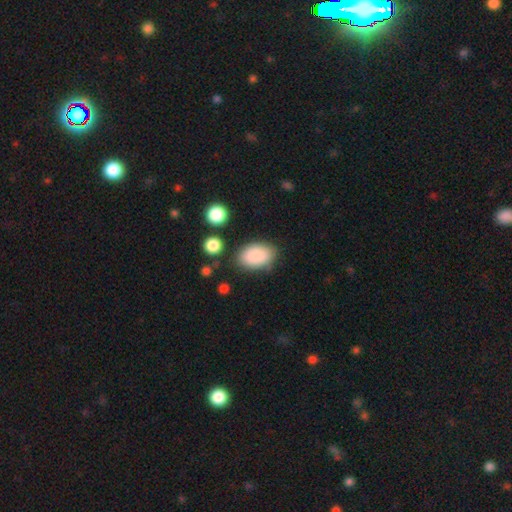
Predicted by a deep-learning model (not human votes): smooth_or_featured: smooth (p=0.88) [alt: star or artifact p=0.07]
how_rounded: in between (p=0.91) [alt: round p=0.07]
merging: none (p=0.78) [alt: minor disturbance p=0.14]